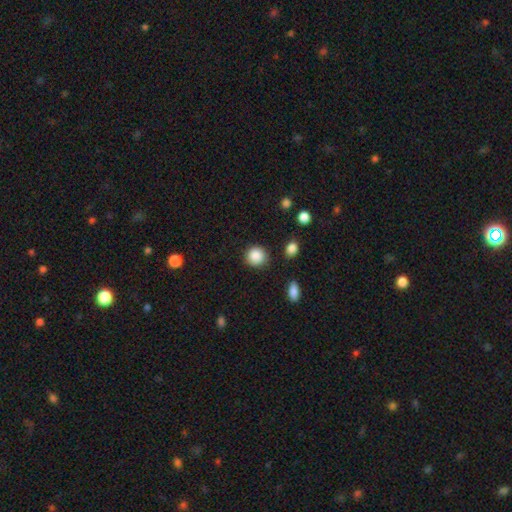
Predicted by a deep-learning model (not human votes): smooth 88%, star or artifact 8%, featured or disk 3%. Down the decision tree: how rounded — round (90%); merging — none (87%).